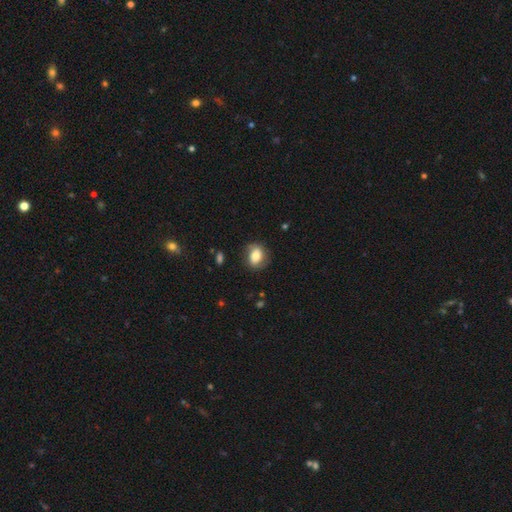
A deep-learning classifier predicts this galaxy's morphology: Smooth or featured?
  - smooth: 68% *
  - featured or disk: 24%
  - star or artifact: 8%
How rounded?
  - in between: 58% *
  - round: 41%
  - cigar-shaped: 1%
Merging?
  - none: 75% *
  - minor disturbance: 17%
  - major disturbance: 7%
  - merger: 1%